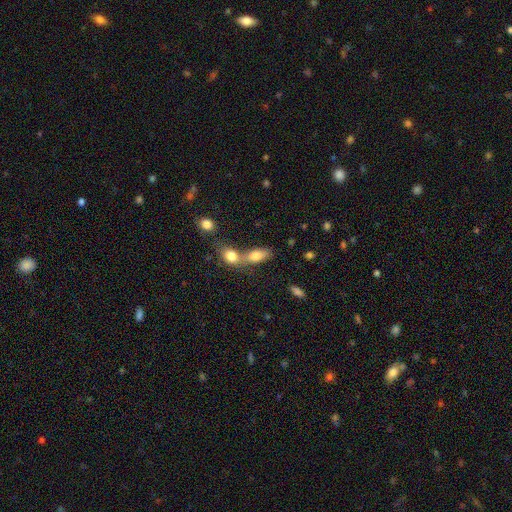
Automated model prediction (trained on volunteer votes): Morphology: type=smooth (77%); roundness=in between (80%); merging=merger (61%).